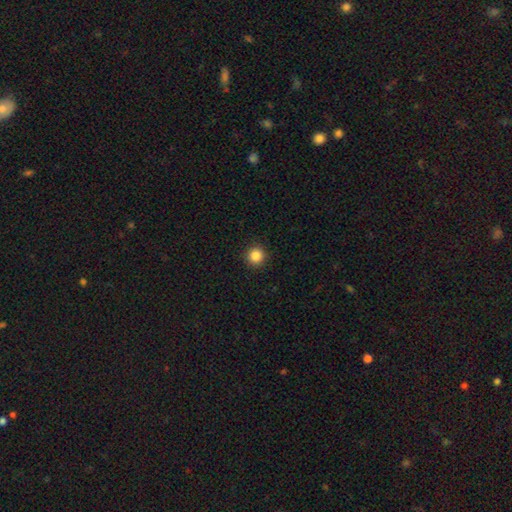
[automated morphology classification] Smooth or featured? Predicted: smooth (p=0.86). How rounded? Predicted: round (p=0.95). Merging? Predicted: none (p=0.92).